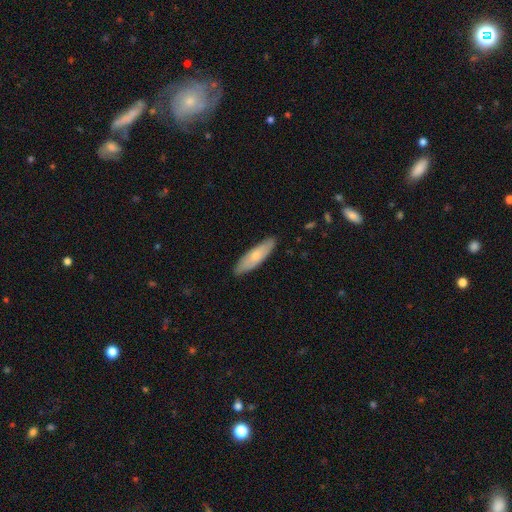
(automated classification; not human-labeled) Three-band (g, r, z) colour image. It shows a smooth galaxy with no disk features (67%) that is cigar-shaped (57%). Merging: none (85%).